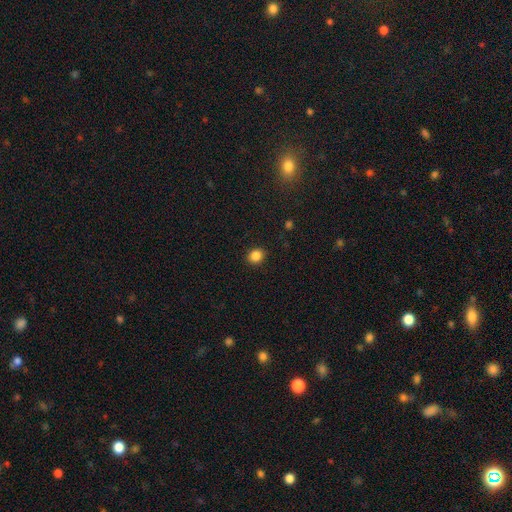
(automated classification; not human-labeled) This is clearly a smooth galaxy (86%). How rounded: clearly round (82%). Merging: clearly none (92%).